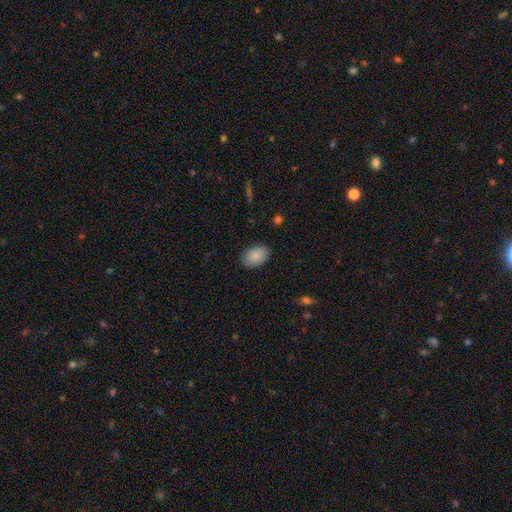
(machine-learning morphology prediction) Smooth or featured: smooth — 89% (star or artifact — 7%)
How rounded: in between — 84% (round — 15%)
Merging: none — 86% (minor disturbance — 11%)